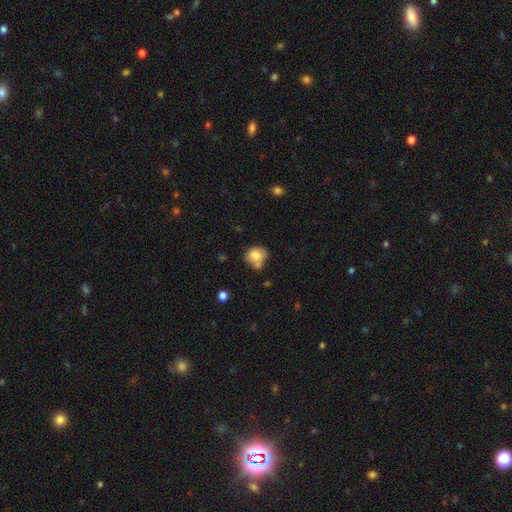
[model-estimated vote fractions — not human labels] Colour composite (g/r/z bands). It shows a smooth galaxy with no disk features (79%) that is round (70%). Merging: none (48%).